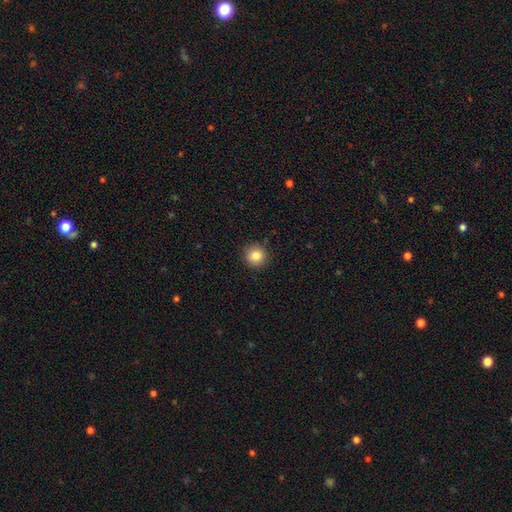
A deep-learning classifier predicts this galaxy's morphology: smooth_or_featured: smooth (p=0.85) [alt: star or artifact p=0.10]
how_rounded: round (p=0.94) [alt: in between p=0.05]
merging: none (p=0.90) [alt: minor disturbance p=0.07]